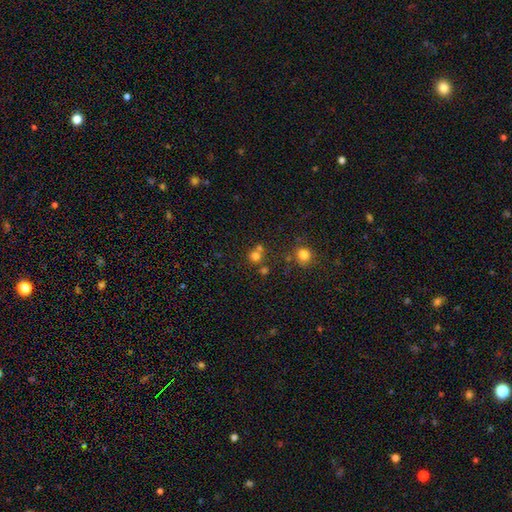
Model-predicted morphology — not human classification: The model was most divided on "merging": none: 58%, merger: 32%, minor disturbance: 7%, major disturbance: 3%. More confident: how rounded — round (89%); smooth or featured — smooth (72%).